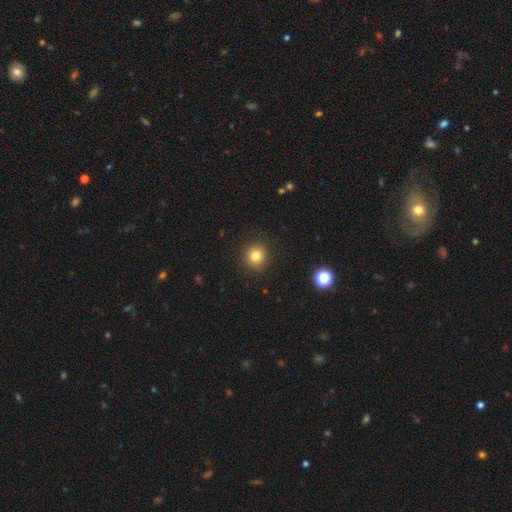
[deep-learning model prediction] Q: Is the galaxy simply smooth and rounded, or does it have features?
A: smooth — 80%.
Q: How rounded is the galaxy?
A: round — 90%.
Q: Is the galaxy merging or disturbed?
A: none — 89%.